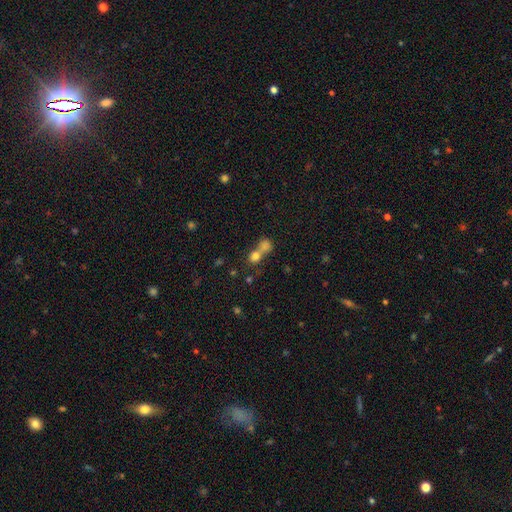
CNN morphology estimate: type=smooth (75%); roundness=round (69%); merging=merger (60%).